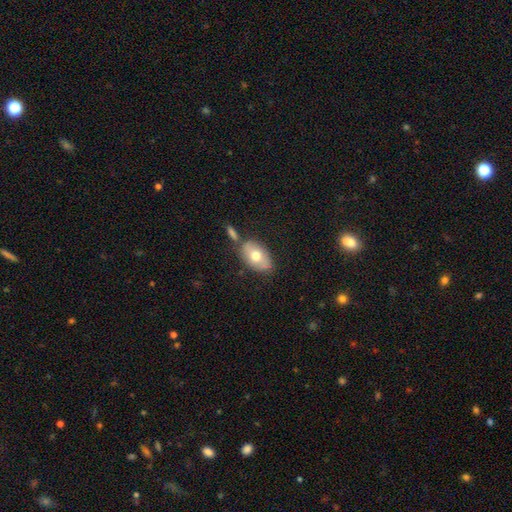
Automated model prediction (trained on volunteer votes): Overall: smooth (68%). How rounded: in between (88%). Merging: none (65%).